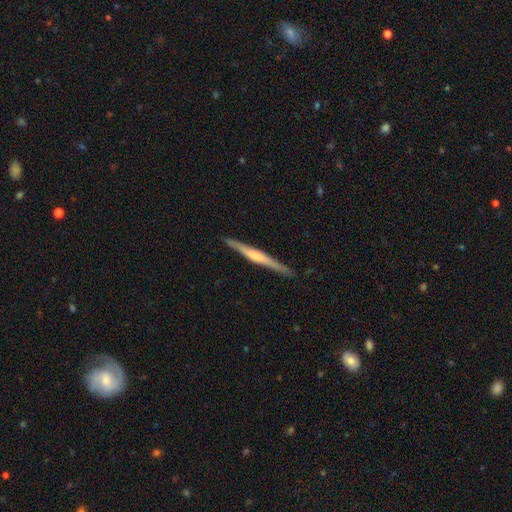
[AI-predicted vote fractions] A featured or disk galaxy (63%) viewed edge-on (97%) with a rounded central bulge (51%).

Vote fractions:
- Smooth or featured? featured or disk: 63% / smooth: 32% / star or artifact: 5%
- Edge-on disk? yes: 97% / no: 3%
- Edge-on bulge? rounded: 51% / none: 29% / boxy: 19%
- Merging? none: 89% / minor disturbance: 8% / major disturbance: 2% / merger: 1%